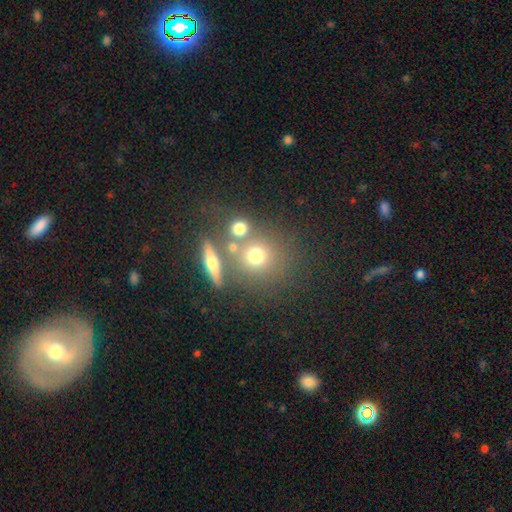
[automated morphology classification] Smooth or featured? smooth (68%)
How rounded? round (84%)
Merging? none (60%)